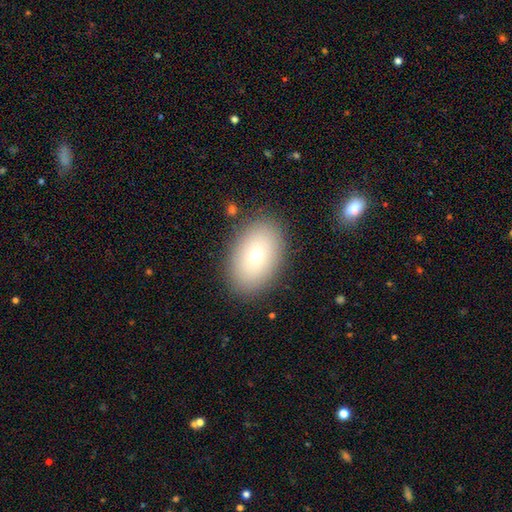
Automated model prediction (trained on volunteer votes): A smooth galaxy with no disk features (73%) that is in between round and cigar-shaped (85%). Merging: none (87%).